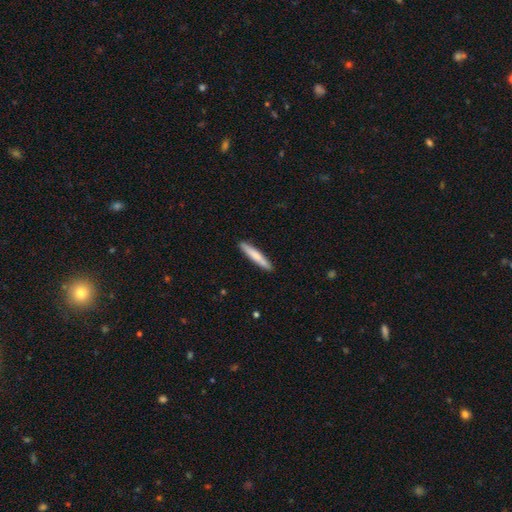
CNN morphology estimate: Smooth or featured: smooth — 74% (featured or disk — 21%)
How rounded: cigar-shaped — 94% (in between — 5%)
Merging: none — 89% (minor disturbance — 8%)